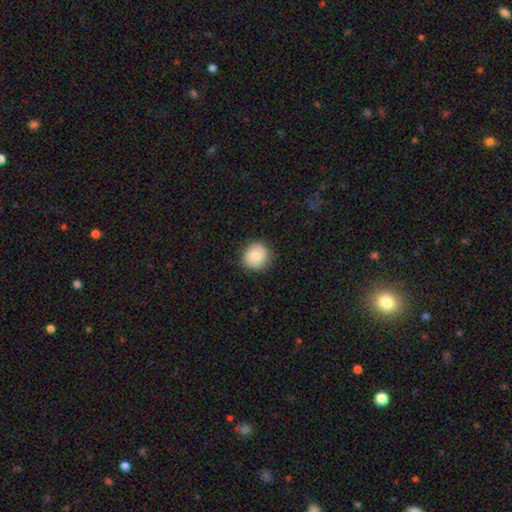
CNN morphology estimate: type=smooth (83%); roundness=round (90%); merging=none (86%).